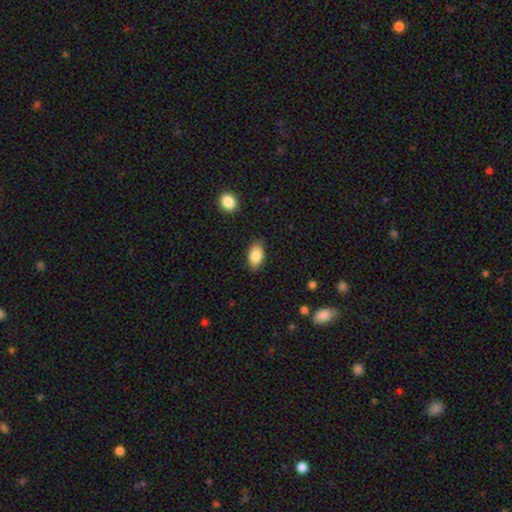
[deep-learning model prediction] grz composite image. It shows a smooth galaxy with no disk features (86%) that is in between round and cigar-shaped (91%). Merging: none (84%).